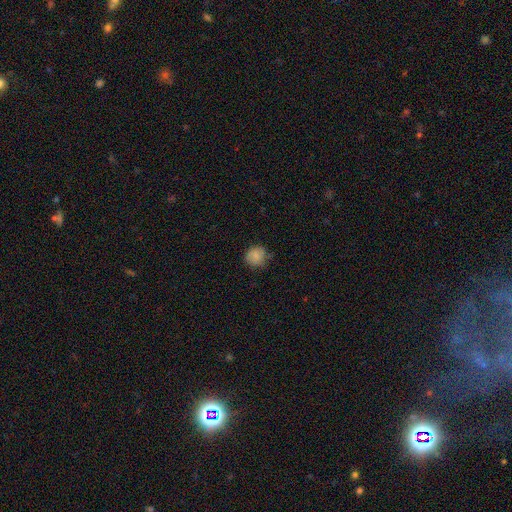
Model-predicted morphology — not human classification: The model was most divided on "merging": none: 75%, minor disturbance: 20%, major disturbance: 4%, merger: 1%. More confident: how rounded — round (86%); smooth or featured — smooth (84%).